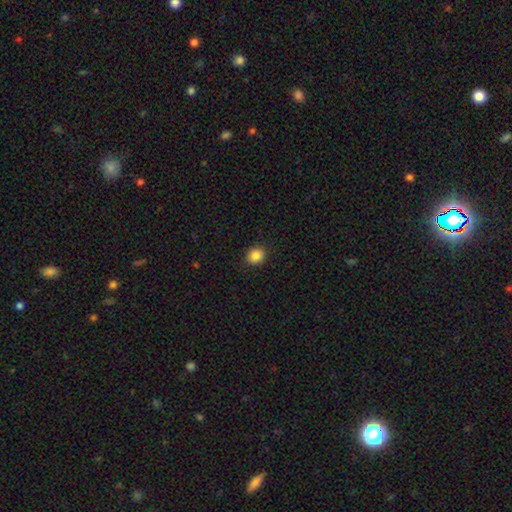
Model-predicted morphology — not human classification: Smooth or featured? smooth (87%)
How rounded? round (66%)
Merging? none (90%)